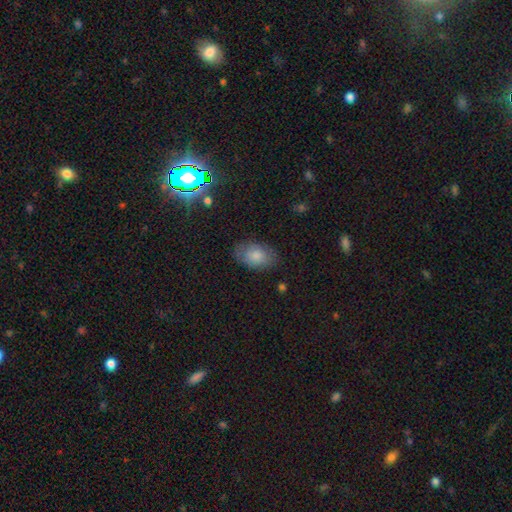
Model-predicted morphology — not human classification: This is clearly a smooth galaxy (80%). How rounded: clearly in between (88%). Merging: likely none (78%).